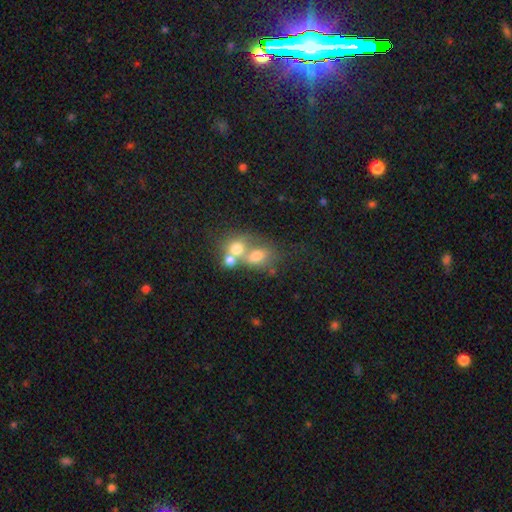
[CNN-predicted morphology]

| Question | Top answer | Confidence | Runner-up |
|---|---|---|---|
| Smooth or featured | smooth | 48% | star or artifact (31%) |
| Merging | merger | 59% | none (30%) |